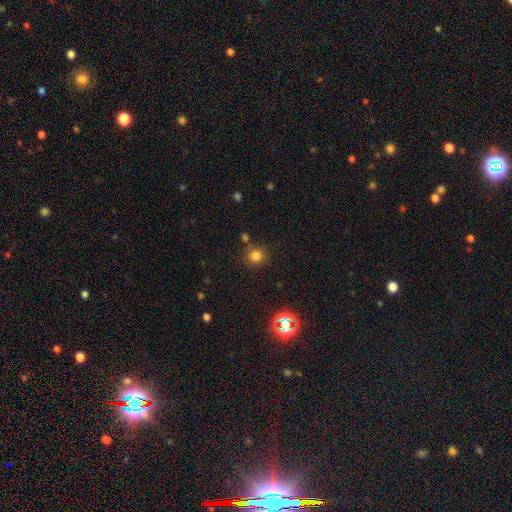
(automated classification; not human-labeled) A smooth galaxy with no disk features (78%) that is round (90%).

Vote fractions:
- Smooth or featured? smooth: 78% / star or artifact: 17% / featured or disk: 5%
- How rounded? round: 90% / in between: 9% / cigar-shaped: 1%
- Merging? none: 77% / minor disturbance: 11% / merger: 9% / major disturbance: 4%